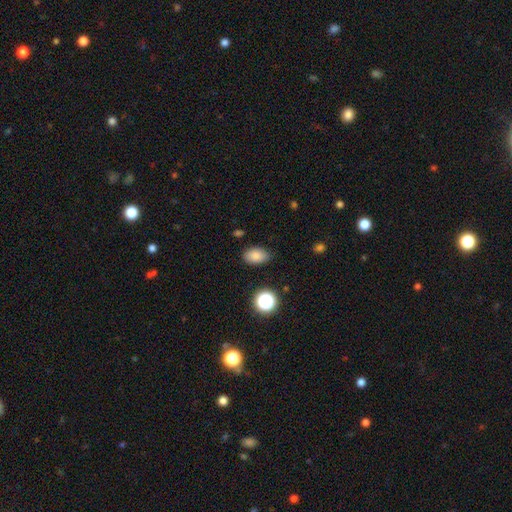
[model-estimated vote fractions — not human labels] A smooth galaxy with no disk features (83%) that is in between round and cigar-shaped (86%). Merging: none (84%).